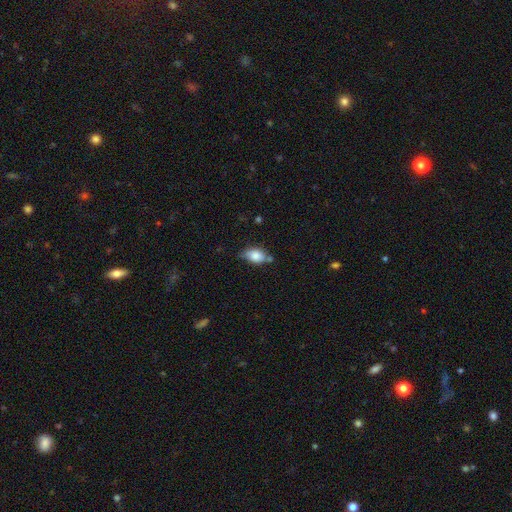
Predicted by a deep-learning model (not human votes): Smooth or featured? Predicted: smooth (p=0.79). How rounded? Predicted: in between (p=0.83). Merging? Predicted: none (p=0.52).